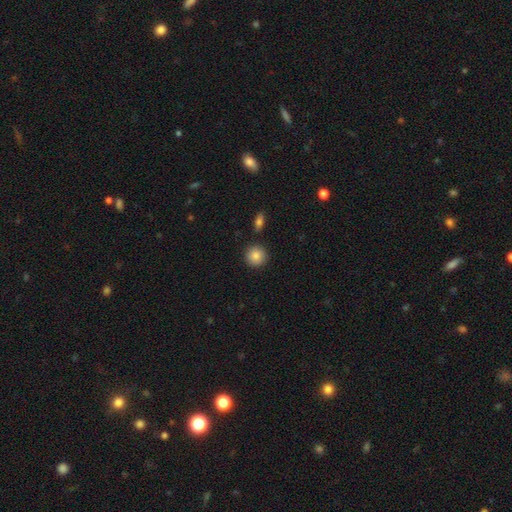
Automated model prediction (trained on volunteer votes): A smooth galaxy with no disk features (86%) that is round (93%).

Vote fractions:
- Smooth or featured? smooth: 86% / star or artifact: 8% / featured or disk: 6%
- How rounded? round: 93% / in between: 6% / cigar-shaped: 1%
- Merging? none: 89% / minor disturbance: 6% / merger: 3% / major disturbance: 2%